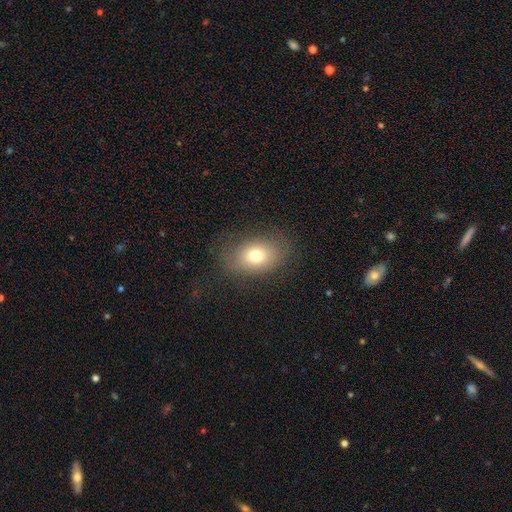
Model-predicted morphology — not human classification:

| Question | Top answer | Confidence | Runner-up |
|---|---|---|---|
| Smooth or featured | smooth | 72% | featured or disk (15%) |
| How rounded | in between | 71% | round (27%) |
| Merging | none | 75% | minor disturbance (16%) |